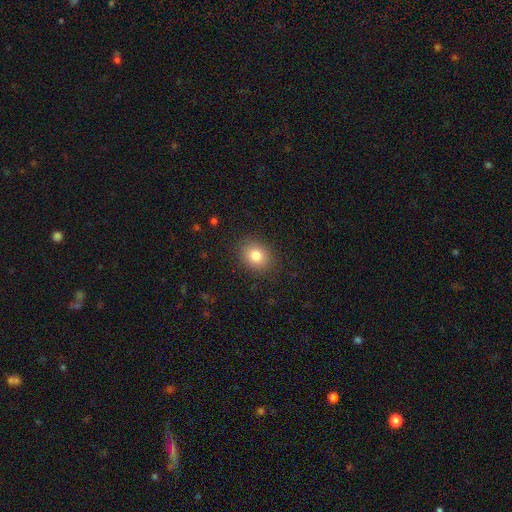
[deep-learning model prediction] Smooth or featured? Predicted: smooth (p=0.82). How rounded? Predicted: round (p=0.57). Merging? Predicted: none (p=0.88).